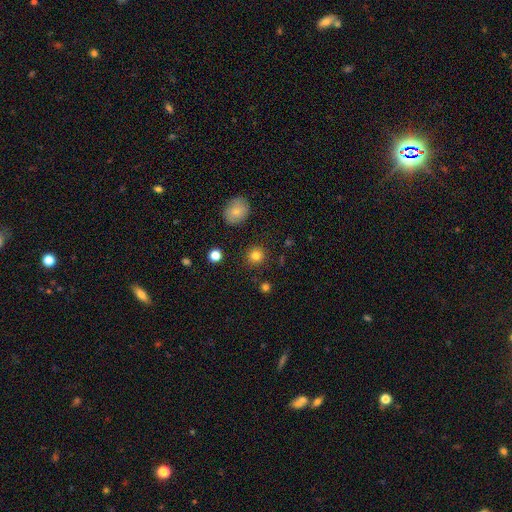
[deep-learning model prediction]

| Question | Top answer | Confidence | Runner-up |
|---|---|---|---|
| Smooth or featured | smooth | 82% | star or artifact (12%) |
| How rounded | round | 92% | in between (7%) |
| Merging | none | 90% | minor disturbance (6%) |